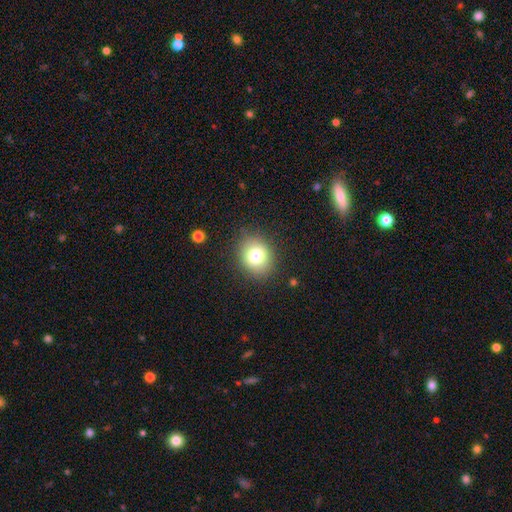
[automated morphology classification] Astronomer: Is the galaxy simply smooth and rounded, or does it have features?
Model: smooth — 77%.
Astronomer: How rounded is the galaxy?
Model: round — 65%.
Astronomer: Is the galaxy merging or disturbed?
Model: none — 86%.